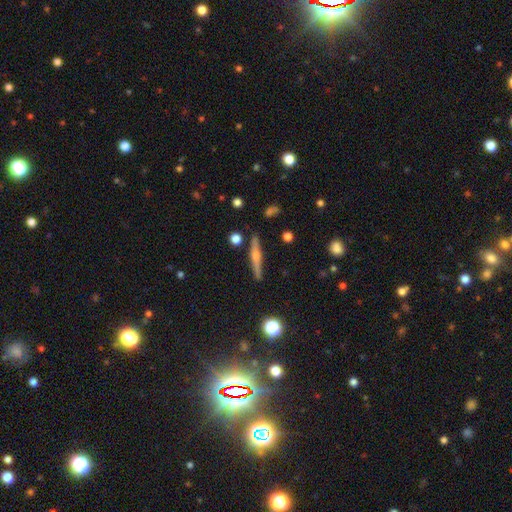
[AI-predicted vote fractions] Smooth or featured: featured or disk — 66% (smooth — 22%)
Edge-on disk: yes — 97% (no — 3%)
Edge-on bulge: rounded — 84% (none — 10%)
Merging: none — 88% (minor disturbance — 8%)